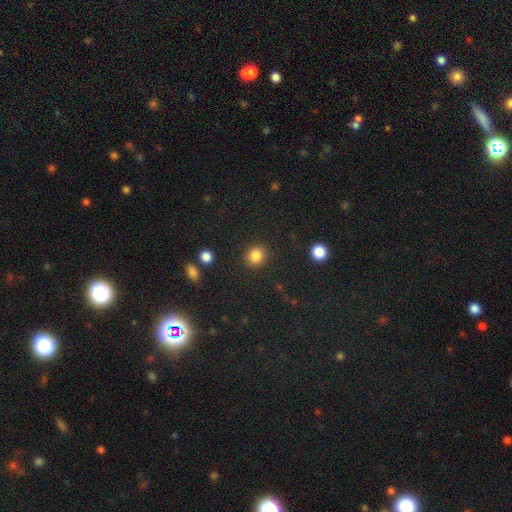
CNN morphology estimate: Smooth or featured: smooth — 85% (star or artifact — 11%)
How rounded: round — 83% (in between — 16%)
Merging: none — 89% (minor disturbance — 7%)